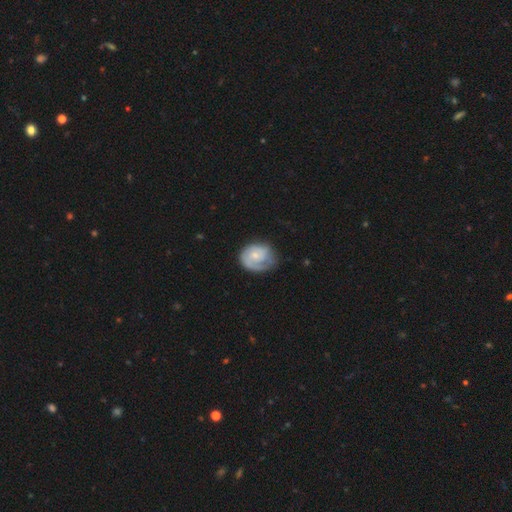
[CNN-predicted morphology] Smooth or featured?
  - featured or disk: 63% *
  - smooth: 32%
  - star or artifact: 6%
Edge-on disk?
  - no: 98% *
  - yes: 2%
Bar?
  - no: 72% *
  - weak: 25%
  - strong: 4%
Spiral arms?
  - yes: 86% *
  - no: 14%
Spiral winding?
  - tight: 51% *
  - medium: 33%
  - loose: 16%
Spiral arm count?
  - 1: 44% *
  - 2: 31%
  - can't tell: 18%
  - 3: 4%
  - 4: 1%
  - more than 4: 1%
Bulge size?
  - small: 61% *
  - moderate: 30%
  - none: 5%
  - large: 2%
  - dominant: 1%
Merging?
  - none: 55% *
  - minor disturbance: 27%
  - major disturbance: 16%
  - merger: 2%